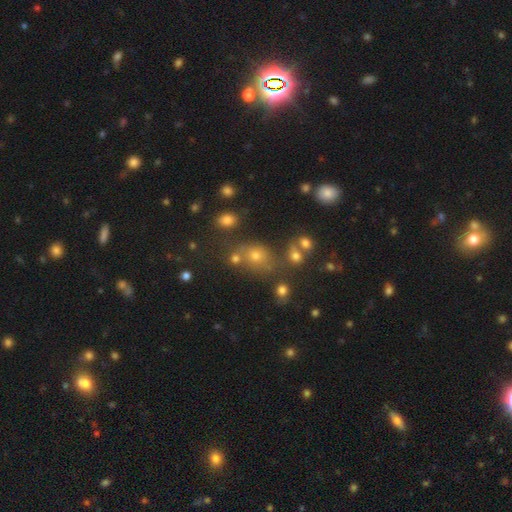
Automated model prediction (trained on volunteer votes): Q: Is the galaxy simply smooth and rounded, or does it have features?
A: smooth — 59%.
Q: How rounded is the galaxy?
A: round — 61%.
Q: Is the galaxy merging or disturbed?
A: none — 62%.